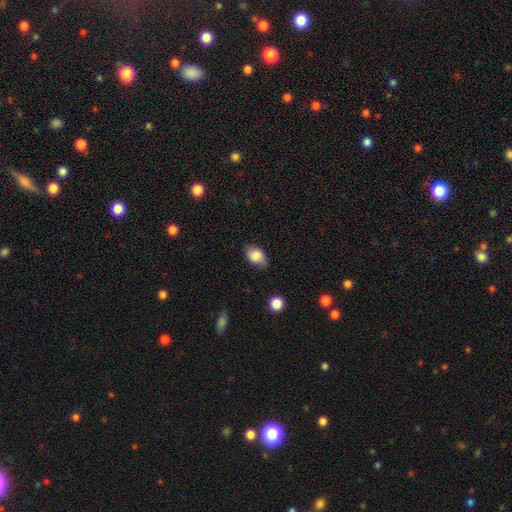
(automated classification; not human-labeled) Smooth or featured: smooth — 83% (featured or disk — 9%)
How rounded: in between — 85% (round — 14%)
Merging: none — 76% (minor disturbance — 19%)